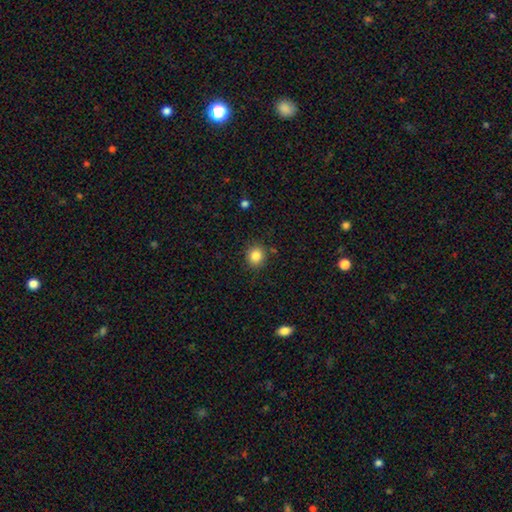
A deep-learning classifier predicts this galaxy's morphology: Smooth or featured? Predicted: smooth (p=0.85). How rounded? Predicted: round (p=0.85). Merging? Predicted: none (p=0.87).